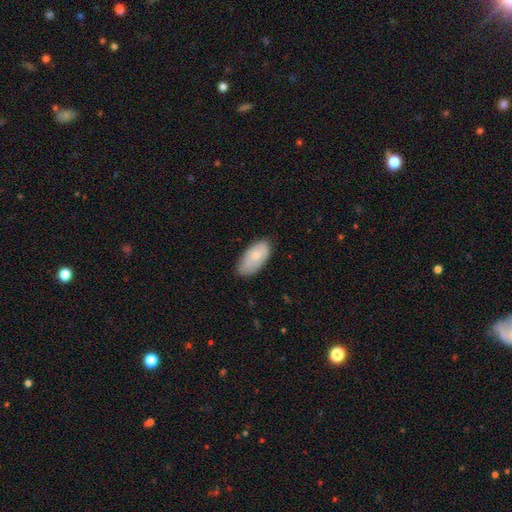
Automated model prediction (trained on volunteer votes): Smooth or featured: smooth — 71% (featured or disk — 23%)
How rounded: in between — 94% (cigar-shaped — 3%)
Merging: none — 72% (minor disturbance — 23%)